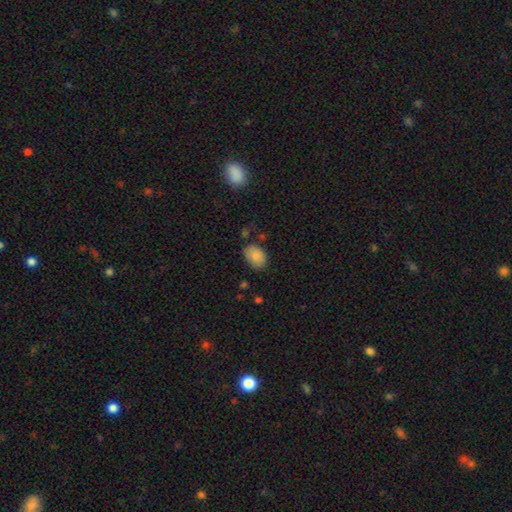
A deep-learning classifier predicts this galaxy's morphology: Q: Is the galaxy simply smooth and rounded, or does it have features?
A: smooth — 85%.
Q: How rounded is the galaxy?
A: in between — 77%.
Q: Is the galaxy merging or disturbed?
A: none — 71%.